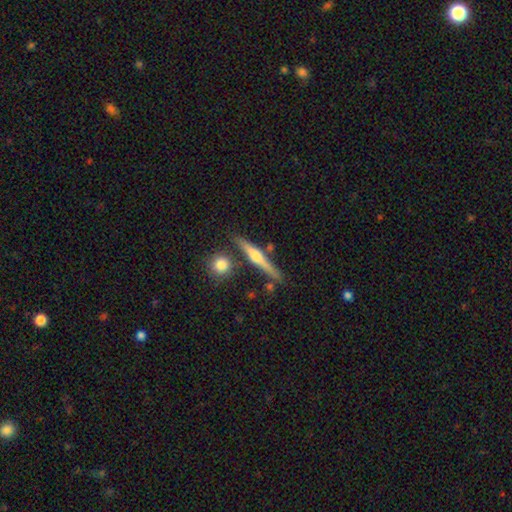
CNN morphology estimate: Smooth or featured? featured or disk (66%)
Edge-on disk? yes (97%)
Edge-on bulge? rounded (87%)
Merging? none (80%)